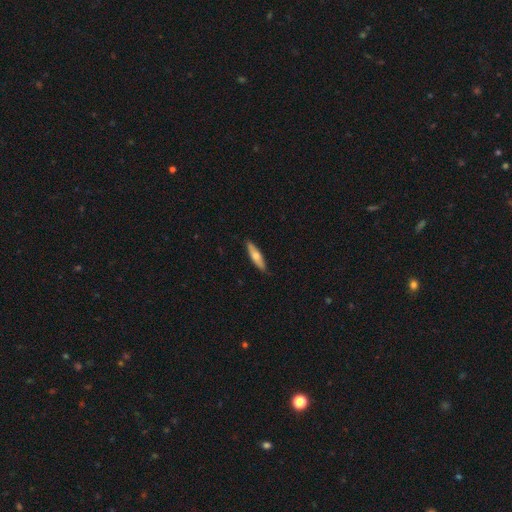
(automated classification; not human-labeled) Overall: smooth (51%; featured or disk 43%). How rounded: cigar-shaped (74%). Merging: none (88%).